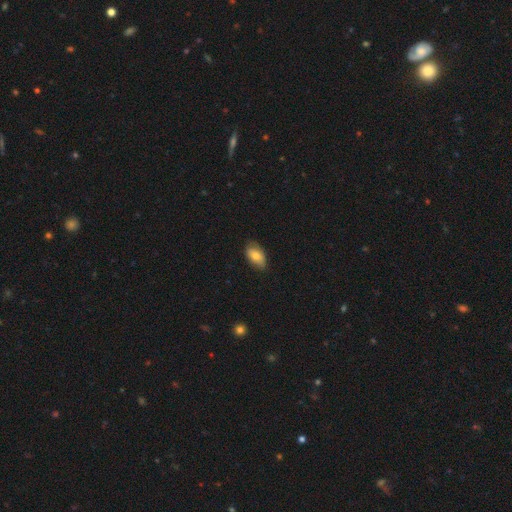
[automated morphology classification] The model was most divided on "merging": none: 73%, minor disturbance: 22%, major disturbance: 3%, merger: 1%. More confident: how rounded — in between (92%); smooth or featured — smooth (72%).